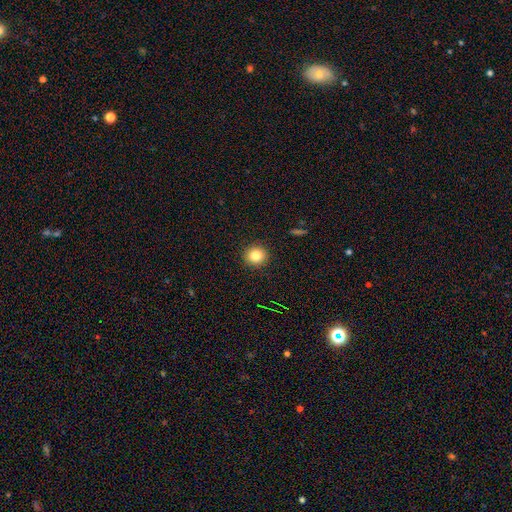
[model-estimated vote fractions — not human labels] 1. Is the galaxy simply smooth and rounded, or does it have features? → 82% smooth, 11% star or artifact, 6% featured or disk.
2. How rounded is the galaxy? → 91% round, 8% in between, 1% cigar-shaped.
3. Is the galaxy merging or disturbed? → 92% none, 5% minor disturbance, 2% major disturbance, 1% merger.